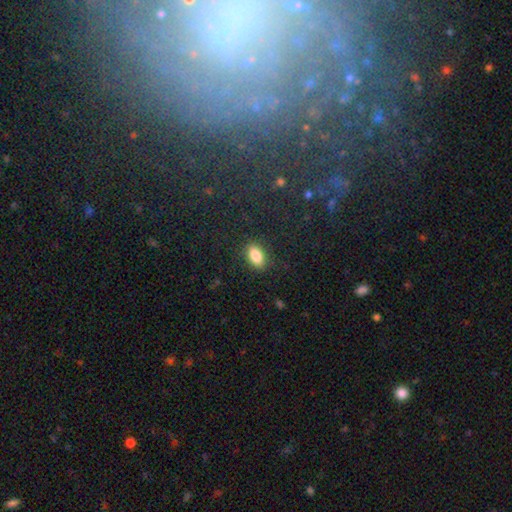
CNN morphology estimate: Q: Smooth or featured?
A: smooth (85%); runner-up: star or artifact (8%)
Q: How rounded?
A: in between (90%); runner-up: round (6%)
Q: Merging?
A: none (85%); runner-up: minor disturbance (11%)